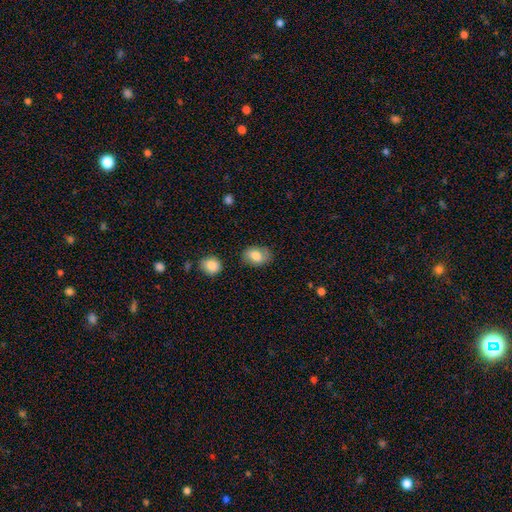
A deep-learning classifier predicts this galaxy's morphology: This appears to be a smooth galaxy with no disk features (80%) that is in between round and cigar-shaped (79%). Merging: none (80%).